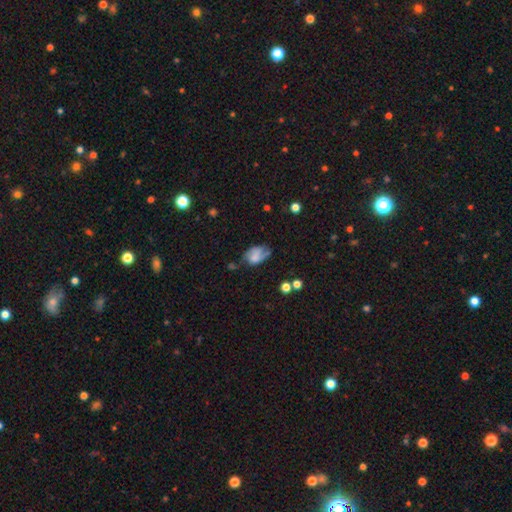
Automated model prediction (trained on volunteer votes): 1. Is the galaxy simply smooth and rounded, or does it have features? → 49% smooth, 40% featured or disk, 11% star or artifact.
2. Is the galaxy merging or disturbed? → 39% none, 32% minor disturbance, 22% major disturbance, 7% merger.